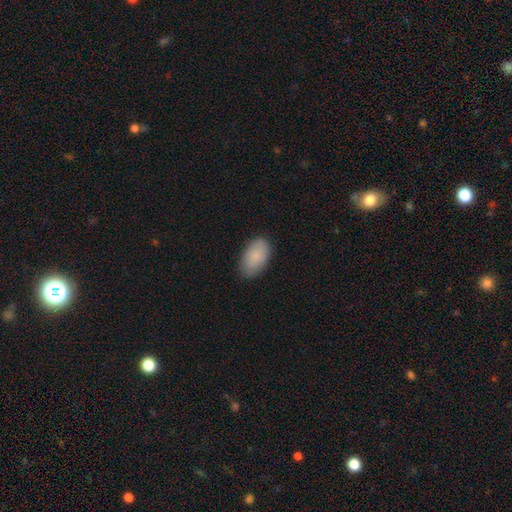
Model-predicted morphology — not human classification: A smooth galaxy with no disk features (86%) that is in between round and cigar-shaped (94%).

Vote fractions:
- Smooth or featured? smooth: 86% / featured or disk: 8% / star or artifact: 6%
- How rounded? in between: 94% / round: 5% / cigar-shaped: 2%
- Merging? none: 83% / minor disturbance: 14% / major disturbance: 3% / merger: 1%